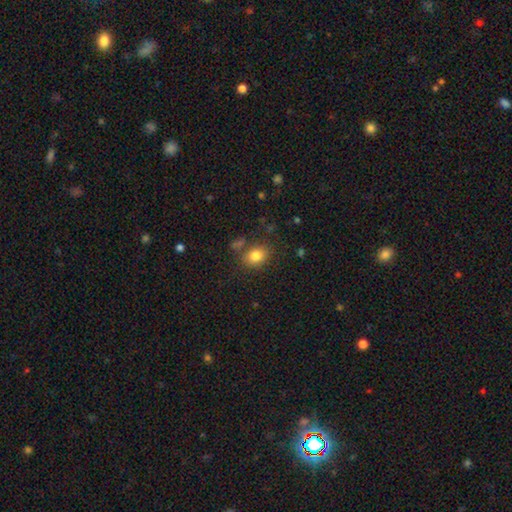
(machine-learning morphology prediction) Smooth or featured: smooth — 82% (star or artifact — 10%)
How rounded: in between — 56% (round — 43%)
Merging: none — 74% (minor disturbance — 14%)